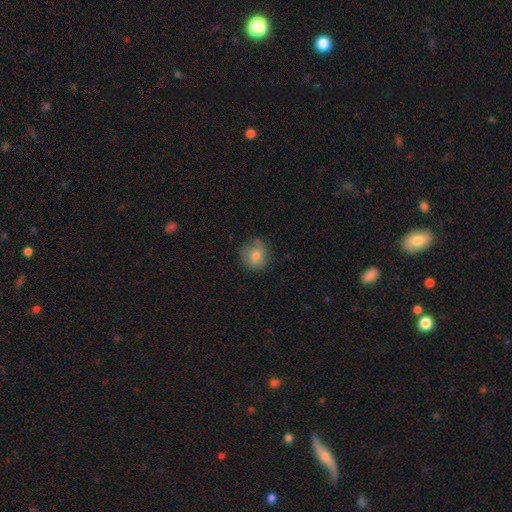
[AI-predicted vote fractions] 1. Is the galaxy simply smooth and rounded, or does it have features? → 74% smooth, 16% featured or disk, 10% star or artifact.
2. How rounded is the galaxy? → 79% round, 20% in between, 1% cigar-shaped.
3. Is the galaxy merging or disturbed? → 69% none, 22% minor disturbance, 7% major disturbance, 1% merger.